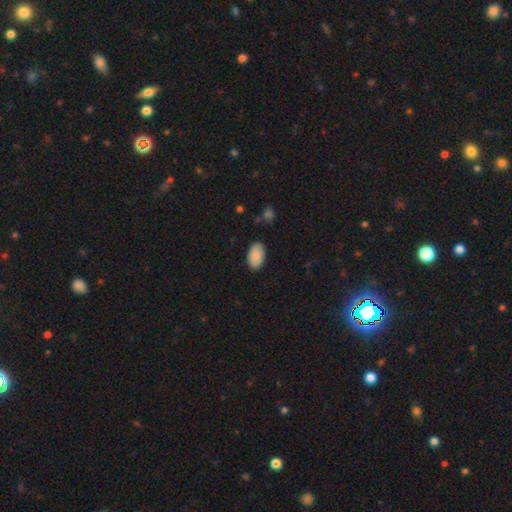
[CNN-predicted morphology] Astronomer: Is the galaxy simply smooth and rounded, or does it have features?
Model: smooth — 90%.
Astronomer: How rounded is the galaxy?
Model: in between — 94%.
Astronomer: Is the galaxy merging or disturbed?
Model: none — 87%.